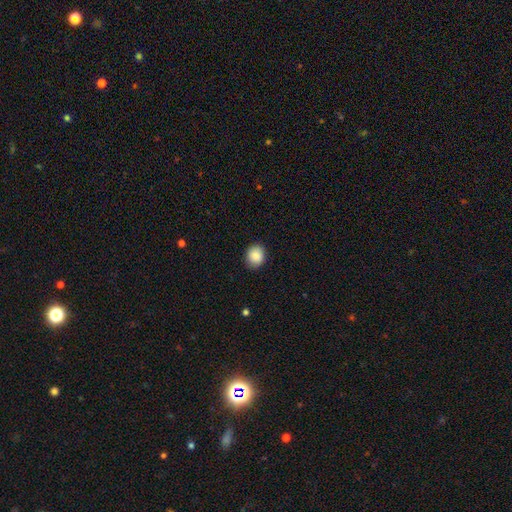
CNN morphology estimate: This is clearly a smooth galaxy (88%). How rounded: likely round (65%). Merging: clearly none (87%).